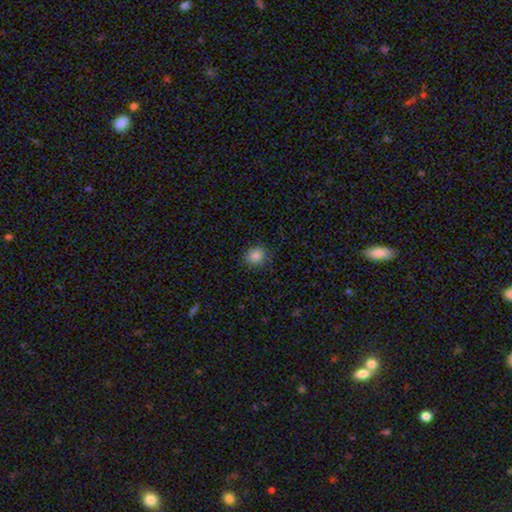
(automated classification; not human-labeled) Morphology: type=smooth (85%); roundness=round (77%); merging=none (88%).